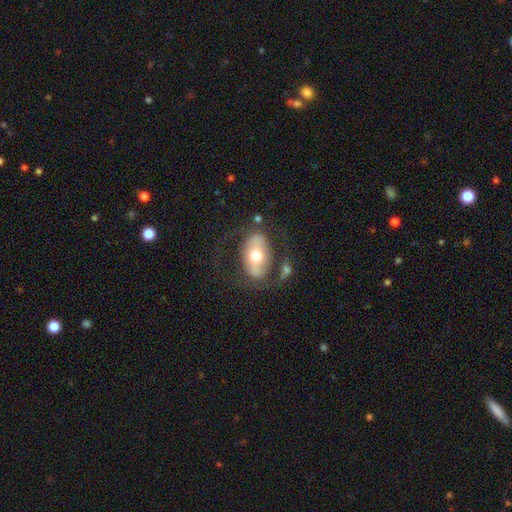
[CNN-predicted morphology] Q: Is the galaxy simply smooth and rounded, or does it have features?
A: featured or disk — 52%.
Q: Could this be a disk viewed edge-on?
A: no — 89%.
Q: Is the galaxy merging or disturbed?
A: none — 64%.